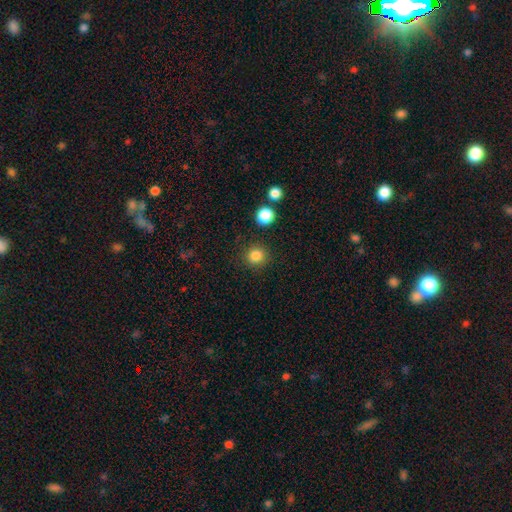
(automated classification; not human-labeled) Smooth or featured? smooth (84%)
How rounded? round (92%)
Merging? none (89%)